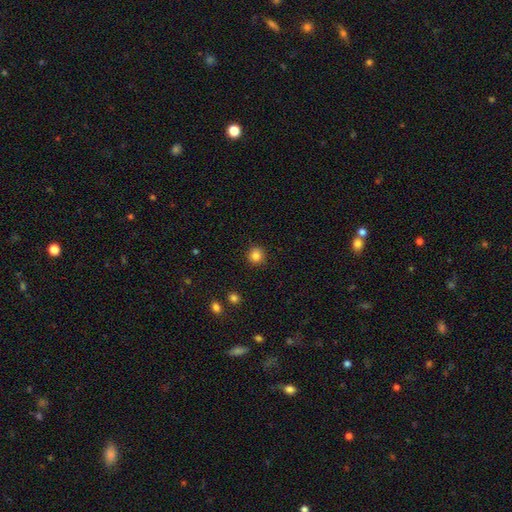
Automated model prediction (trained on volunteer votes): A smooth galaxy with no disk features (83%) that is round (92%).

Vote fractions:
- Smooth or featured? smooth: 83% / star or artifact: 11% / featured or disk: 5%
- How rounded? round: 92% / in between: 7% / cigar-shaped: 1%
- Merging? none: 90% / minor disturbance: 6% / major disturbance: 2% / merger: 1%